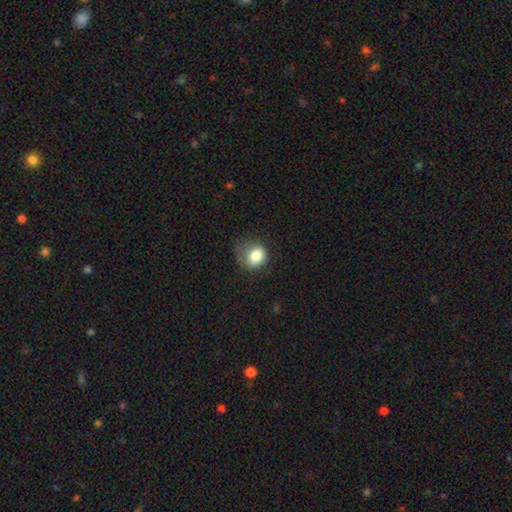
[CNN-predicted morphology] A smooth galaxy with no disk features (82%) that is round (62%). Merging: none (40%).